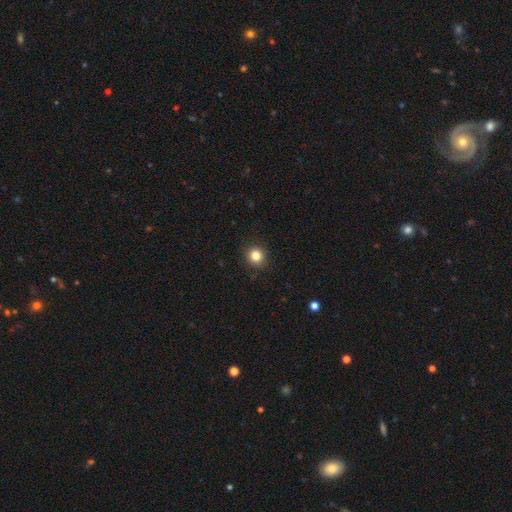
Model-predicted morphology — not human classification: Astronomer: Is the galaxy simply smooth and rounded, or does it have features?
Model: smooth — 83%.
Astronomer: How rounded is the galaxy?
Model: round — 91%.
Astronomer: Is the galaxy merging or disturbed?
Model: none — 92%.